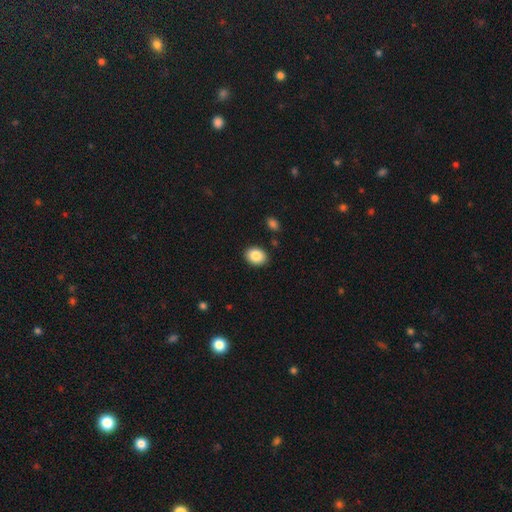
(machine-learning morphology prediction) This appears to be a smooth galaxy with no disk features (87%) that is in between round and cigar-shaped (61%). Merging: none (88%).